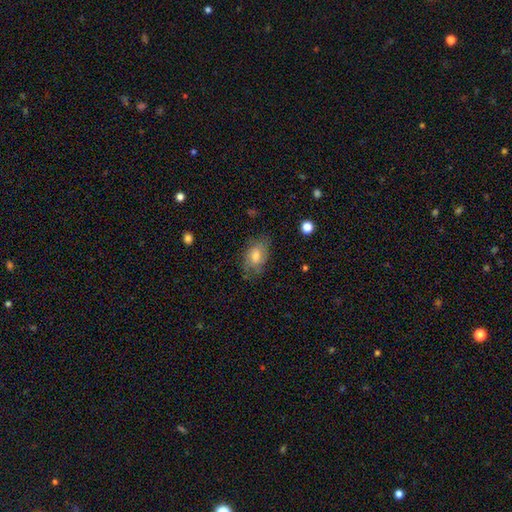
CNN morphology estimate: The model was most divided on "smooth or featured": smooth: 66%, featured or disk: 25%, star or artifact: 9%. More confident: how rounded — in between (88%); merging — none (72%).